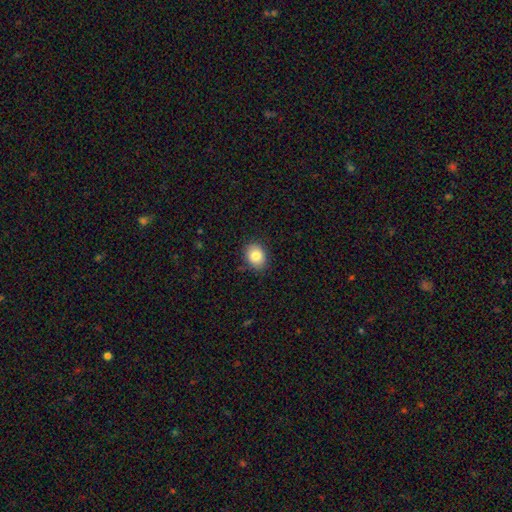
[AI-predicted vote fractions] Smooth or featured? Predicted: smooth (p=0.83). How rounded? Predicted: in between (p=0.57). Merging? Predicted: none (p=0.86).